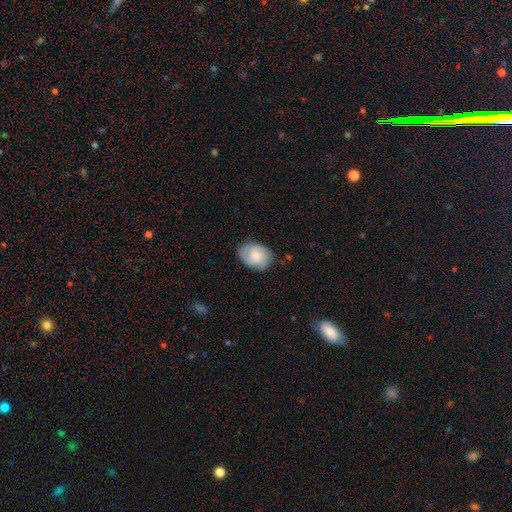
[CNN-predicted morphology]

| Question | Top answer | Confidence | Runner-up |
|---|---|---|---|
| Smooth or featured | featured or disk | 56% | smooth (37%) |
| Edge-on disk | no | 97% | yes (3%) |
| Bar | no | 64% | weak (32%) |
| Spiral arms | yes | 92% | no (8%) |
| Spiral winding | tight | 53% | medium (37%) |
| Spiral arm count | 2 | 47% | 3 (21%) |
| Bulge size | small | 39% | moderate (37%) |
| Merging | none | 77% | minor disturbance (17%) |